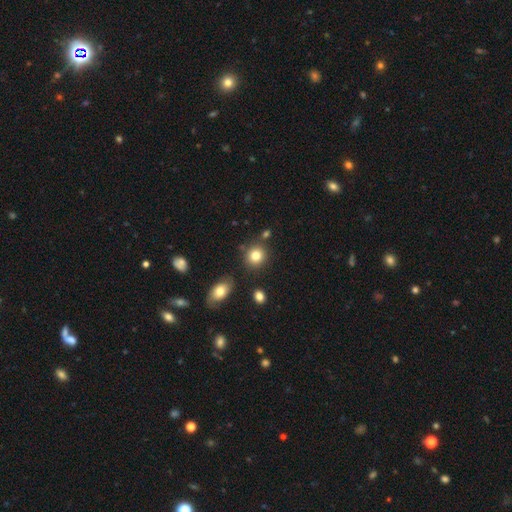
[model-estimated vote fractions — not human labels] Overall: smooth (83%). How rounded: round (82%). Merging: none (80%).